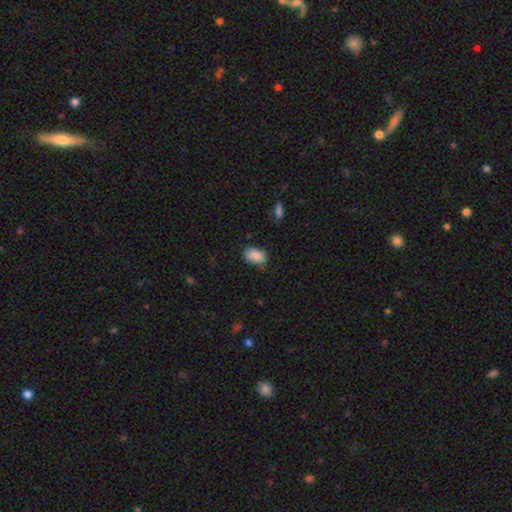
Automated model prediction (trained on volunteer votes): Morphology: type=smooth (86%); roundness=in between (90%); merging=none (67%).